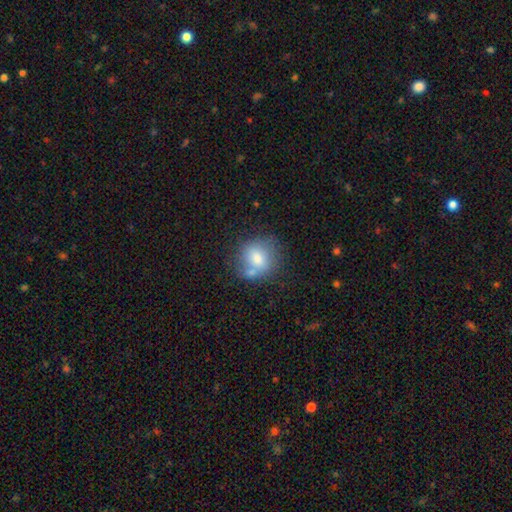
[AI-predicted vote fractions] Smooth or featured?
  - smooth: 73% *
  - featured or disk: 17%
  - star or artifact: 10%
How rounded?
  - round: 76% *
  - in between: 23%
  - cigar-shaped: 1%
Merging?
  - none: 58% *
  - merger: 20%
  - minor disturbance: 17%
  - major disturbance: 5%